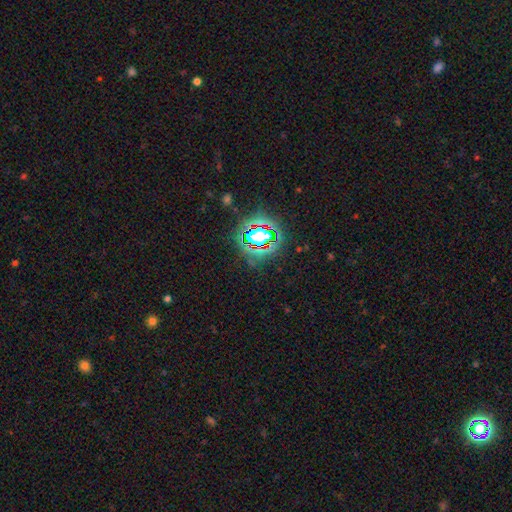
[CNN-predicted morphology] A star or artifact, not a galaxy (80%).